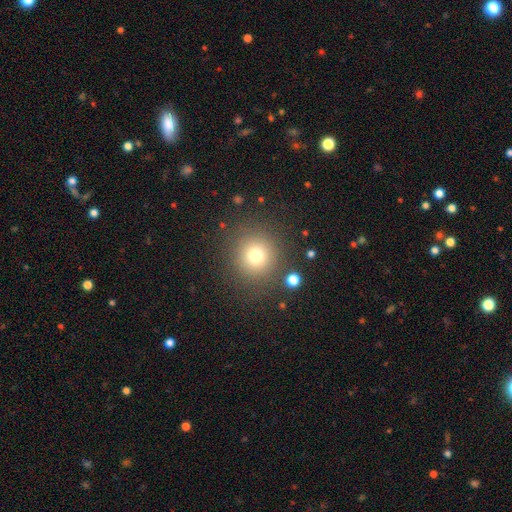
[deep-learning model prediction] Morphology: type=smooth (73%); roundness=round (93%); merging=none (86%).